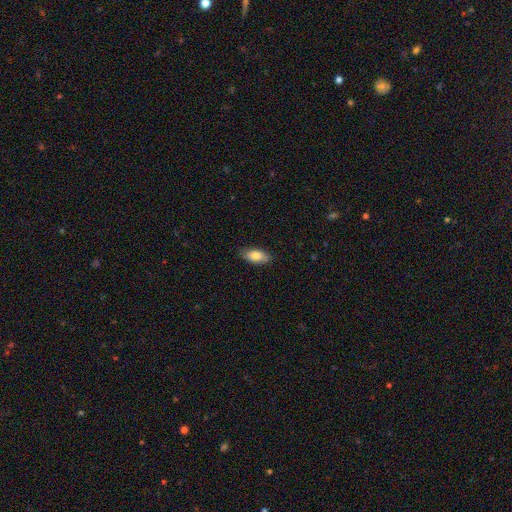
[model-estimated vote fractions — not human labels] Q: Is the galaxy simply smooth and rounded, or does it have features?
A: smooth — 81%.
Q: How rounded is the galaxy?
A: in between — 89%.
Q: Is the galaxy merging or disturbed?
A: none — 86%.